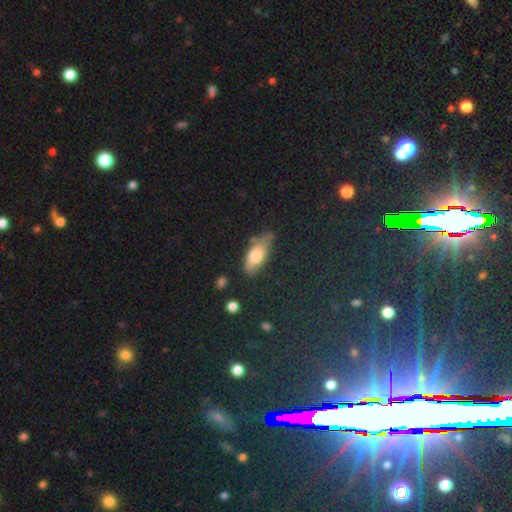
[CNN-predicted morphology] Smooth or featured? Predicted: smooth (p=0.66). How rounded? Predicted: in between (p=0.72). Merging? Predicted: none (p=0.59).